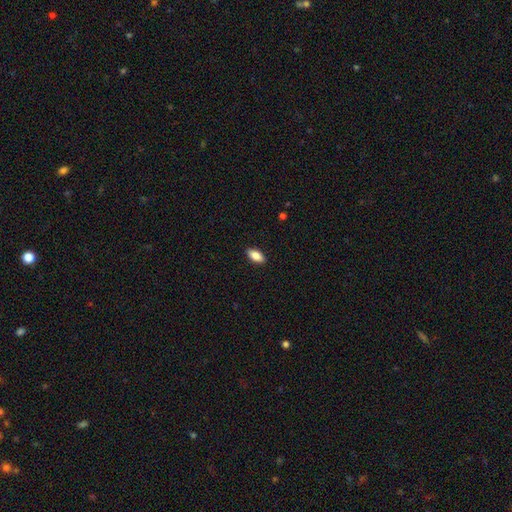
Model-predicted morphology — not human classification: A smooth galaxy with no disk features (84%) that is in between round and cigar-shaped (88%).

Vote fractions:
- Smooth or featured? smooth: 84% / featured or disk: 9% / star or artifact: 7%
- How rounded? in between: 88% / cigar-shaped: 10% / round: 3%
- Merging? none: 89% / minor disturbance: 8% / major disturbance: 2% / merger: 1%